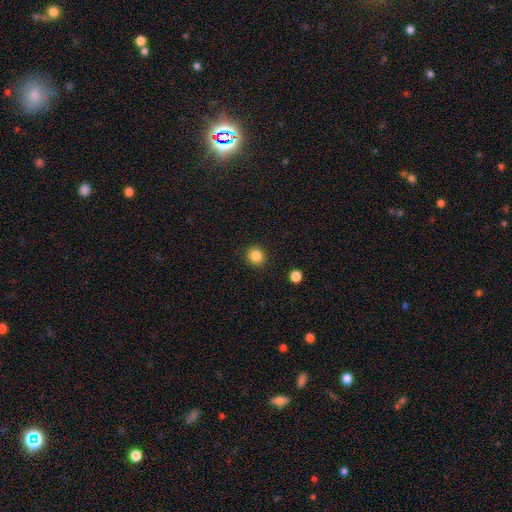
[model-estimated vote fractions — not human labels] Smooth or featured?
  - smooth: 85% *
  - star or artifact: 11%
  - featured or disk: 4%
How rounded?
  - round: 86% *
  - in between: 13%
  - cigar-shaped: 1%
Merging?
  - none: 90% *
  - minor disturbance: 7%
  - major disturbance: 2%
  - merger: 1%